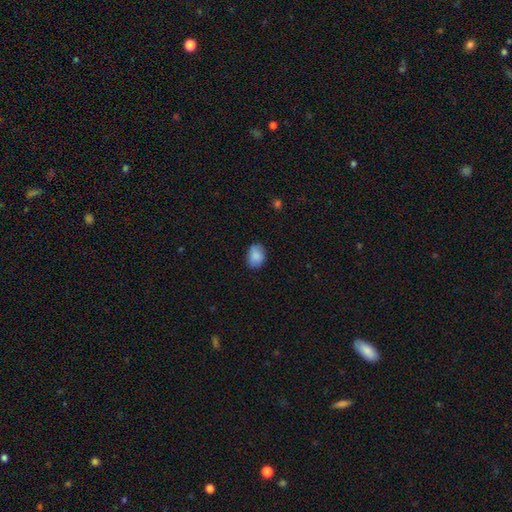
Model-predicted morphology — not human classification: Smooth or featured? smooth (86%)
How rounded? in between (68%)
Merging? none (74%)